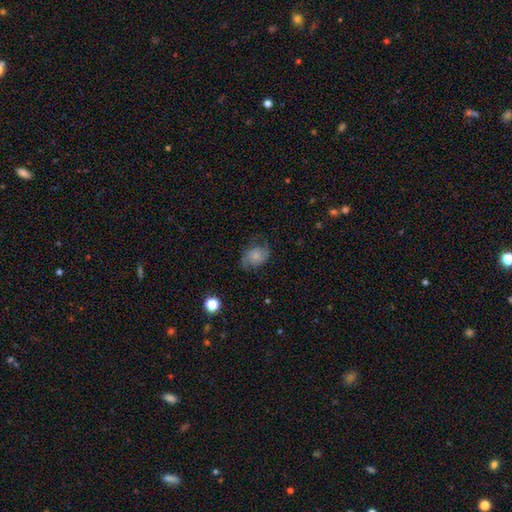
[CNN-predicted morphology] featured or disk 53%, smooth 38%, star or artifact 9%. Down the decision tree: edge-on disk — no (97%); bar — no (77%); spiral arms — yes (88%); bulge size — small (52%); merging — none (65%).